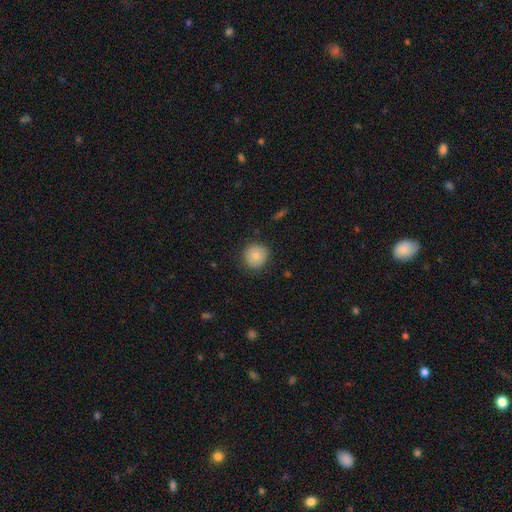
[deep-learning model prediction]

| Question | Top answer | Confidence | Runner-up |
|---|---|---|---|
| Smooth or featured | smooth | 80% | featured or disk (11%) |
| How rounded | round | 93% | in between (6%) |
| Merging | none | 86% | minor disturbance (10%) |